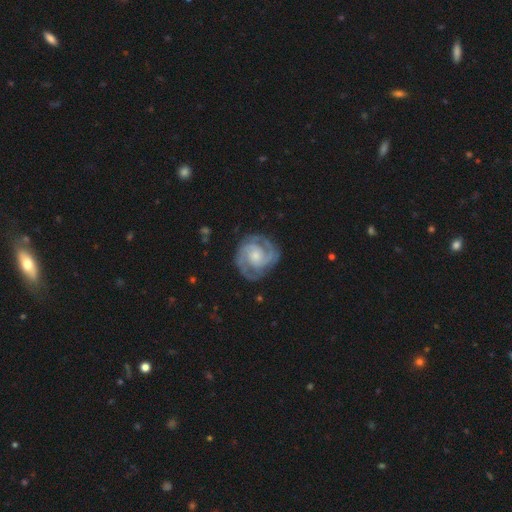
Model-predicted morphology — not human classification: This appears to be a featured or disk galaxy (90%) with no bar (65%), 2 (67%) tight (59%) spiral arms (98%) and a small central bulge (55%). Merging: none (81%).